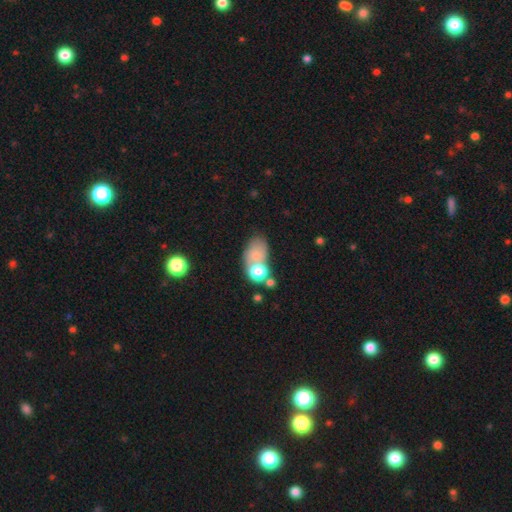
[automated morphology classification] smooth_or_featured: smooth (p=0.69) [alt: featured or disk p=0.19]
how_rounded: in between (p=0.76) [alt: round p=0.22]
merging: merger (p=0.40) [alt: none p=0.32]